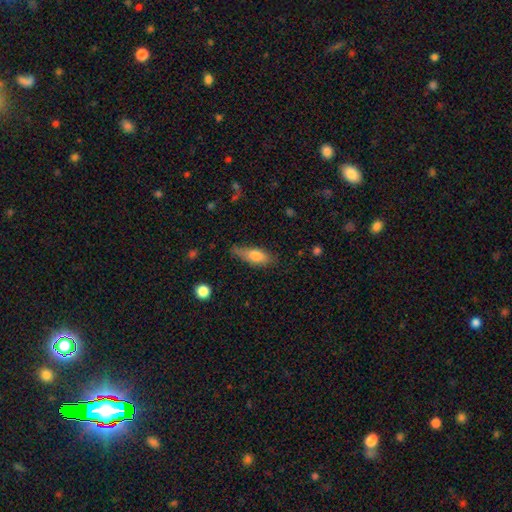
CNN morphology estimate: Overall: smooth (73%). How rounded: in between (65%; cigar-shaped 32%). Merging: none (55%; minor disturbance 33%).